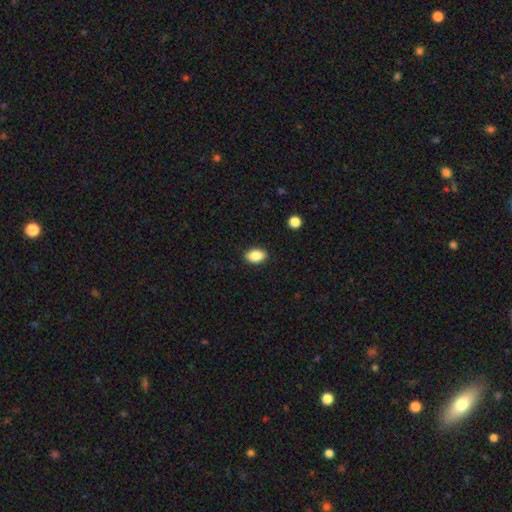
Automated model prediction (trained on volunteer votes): Smooth or featured? Predicted: smooth (p=0.87). How rounded? Predicted: in between (p=0.87). Merging? Predicted: none (p=0.89).